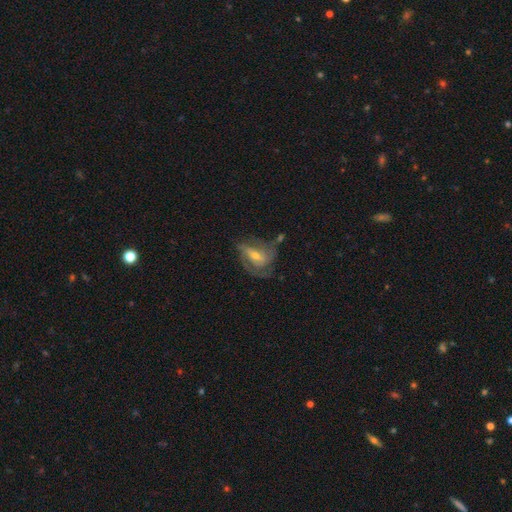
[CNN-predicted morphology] This appears to be a featured or disk galaxy (77%) with a weak bar (44%), 2 (39%) medium (44%) spiral arms (89%) and a moderate central bulge (51%). Merging: none (49%).